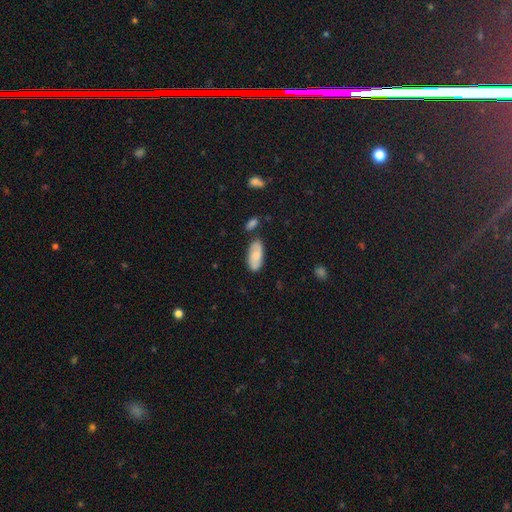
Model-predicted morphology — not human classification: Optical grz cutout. It shows a smooth galaxy with no disk features (68%) that is in between round and cigar-shaped (88%). Merging: none (74%).